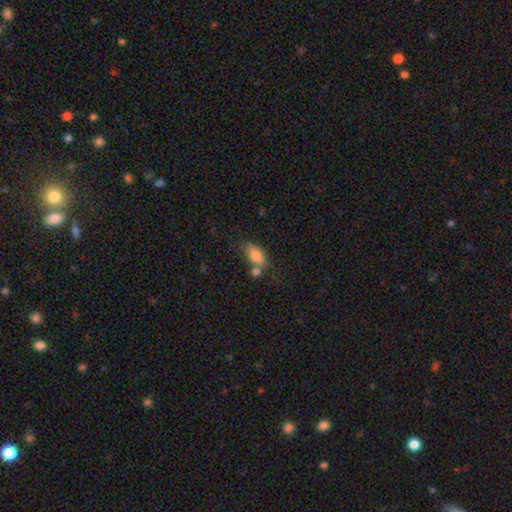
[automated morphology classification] A smooth galaxy with no disk features (82%) that is in between round and cigar-shaped (87%).

Vote fractions:
- Smooth or featured? smooth: 82% / featured or disk: 10% / star or artifact: 9%
- How rounded? in between: 87% / cigar-shaped: 7% / round: 6%
- Merging? none: 44% / merger: 29% / minor disturbance: 19% / major disturbance: 8%